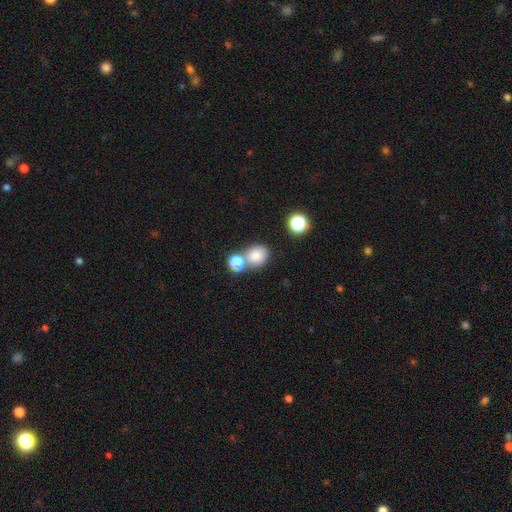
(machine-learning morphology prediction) type=smooth (81%); roundness=round (65%); merging=none (50%).